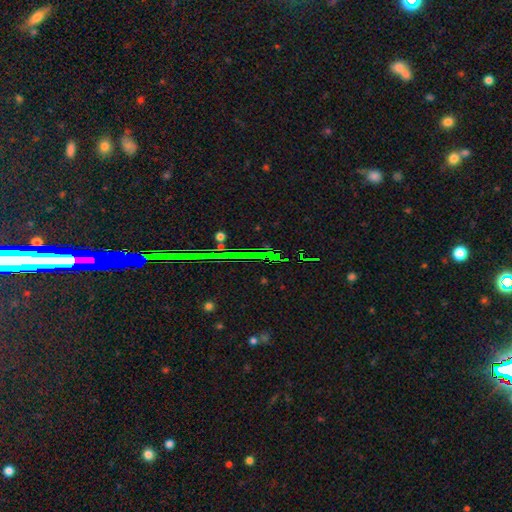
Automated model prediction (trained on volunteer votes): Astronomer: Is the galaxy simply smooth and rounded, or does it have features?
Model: star or artifact — 78%.